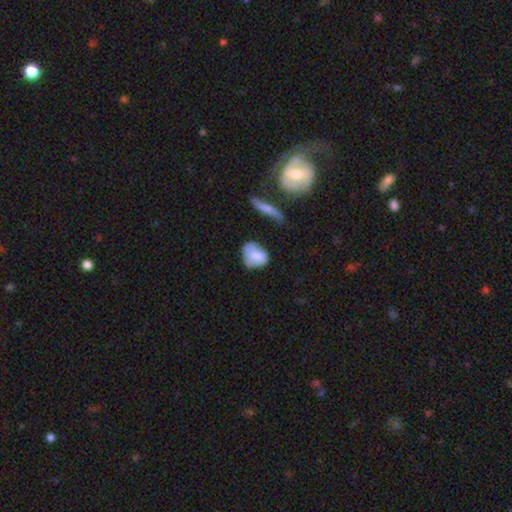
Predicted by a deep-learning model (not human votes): This is likely a smooth galaxy (69%). How rounded: possibly in between (54%). Merging: marginally none (39%).